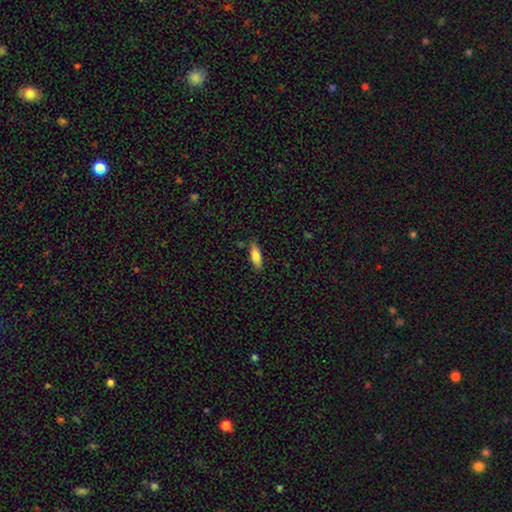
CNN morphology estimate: smooth_or_featured: smooth (p=0.78) [alt: featured or disk p=0.15]
how_rounded: in between (p=0.59) [alt: cigar-shaped p=0.39]
merging: none (p=0.81) [alt: minor disturbance p=0.14]